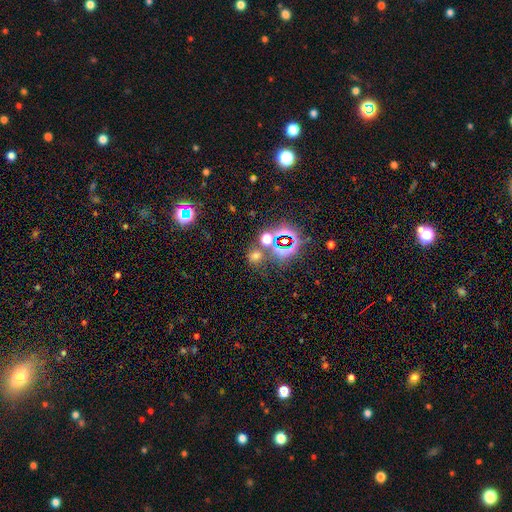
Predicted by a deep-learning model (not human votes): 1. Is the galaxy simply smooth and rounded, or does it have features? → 50% smooth, 43% star or artifact, 7% featured or disk.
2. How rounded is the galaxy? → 74% round, 24% in between, 1% cigar-shaped.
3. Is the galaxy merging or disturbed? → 70% none, 16% merger, 9% minor disturbance, 5% major disturbance.